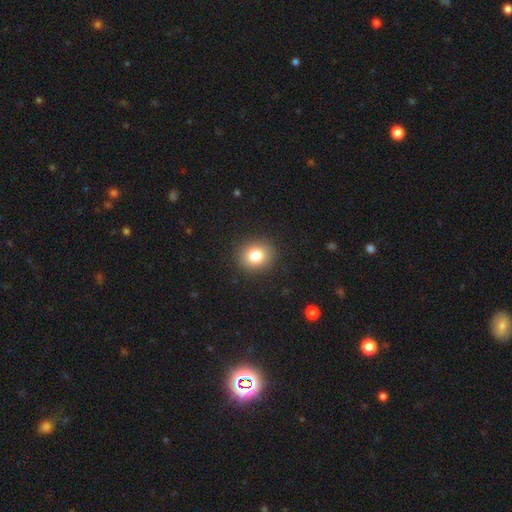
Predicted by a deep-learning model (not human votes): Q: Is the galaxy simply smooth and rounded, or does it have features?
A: smooth — 81%.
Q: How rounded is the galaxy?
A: round — 77%.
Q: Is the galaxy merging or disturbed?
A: none — 92%.